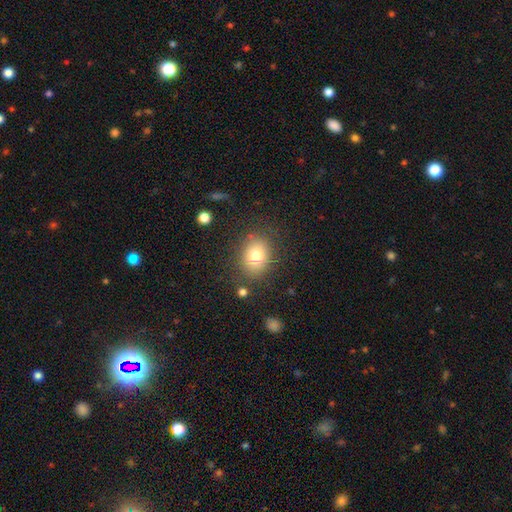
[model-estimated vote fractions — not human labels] This is likely a smooth galaxy (78%). How rounded: possibly in between (56%). Merging: likely none (79%).